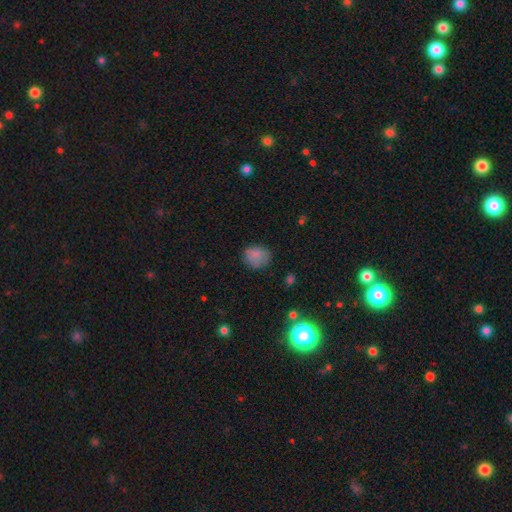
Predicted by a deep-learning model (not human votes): Q: Smooth or featured?
A: smooth (80%); runner-up: star or artifact (11%)
Q: How rounded?
A: round (72%); runner-up: in between (27%)
Q: Merging?
A: none (71%); runner-up: minor disturbance (21%)